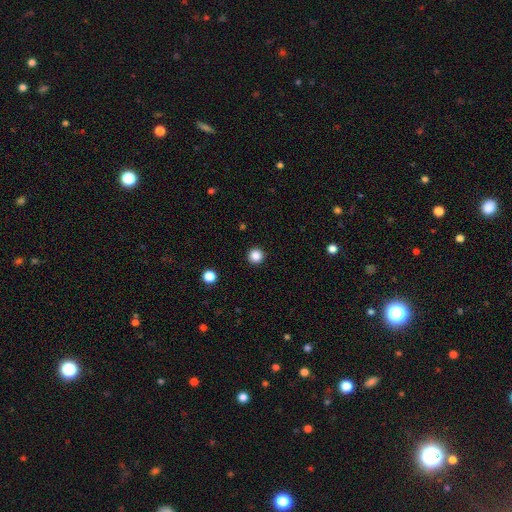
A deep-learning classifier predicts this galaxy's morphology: Smooth or featured: smooth — 86% (star or artifact — 11%)
How rounded: round — 96% (in between — 3%)
Merging: none — 93% (minor disturbance — 4%)